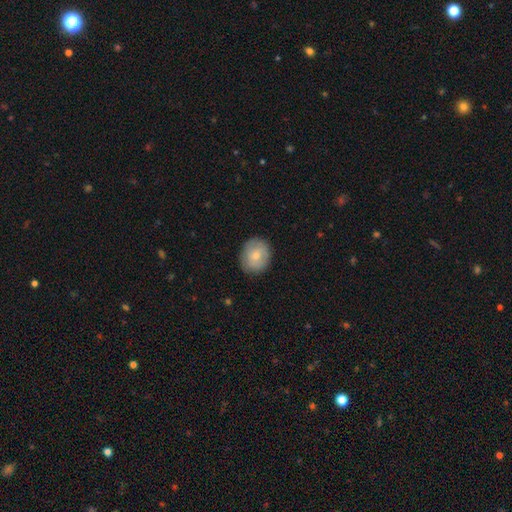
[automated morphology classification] Smooth or featured? Predicted: smooth (p=0.72). How rounded? Predicted: round (p=0.65). Merging? Predicted: none (p=0.83).